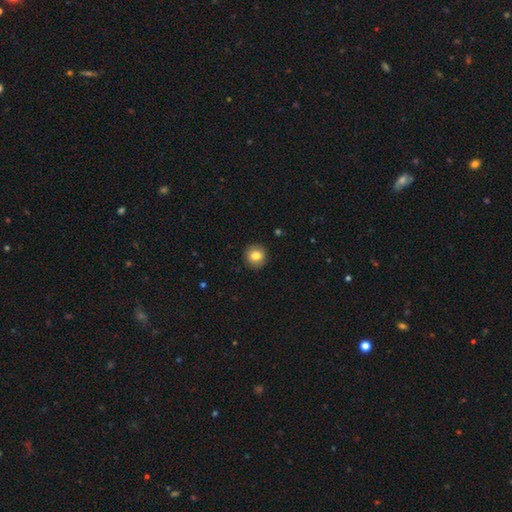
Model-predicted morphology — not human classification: Q: Smooth or featured?
A: smooth (82%); runner-up: star or artifact (9%)
Q: How rounded?
A: round (91%); runner-up: in between (8%)
Q: Merging?
A: none (91%); runner-up: minor disturbance (6%)